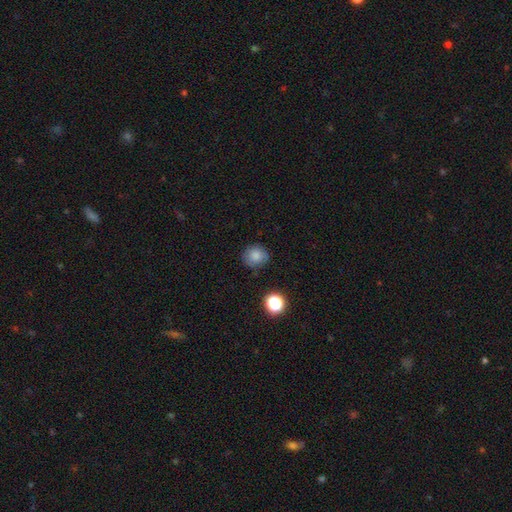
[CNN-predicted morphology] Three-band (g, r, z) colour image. It shows a smooth galaxy with no disk features (81%) that is round (83%). Merging: none (77%).